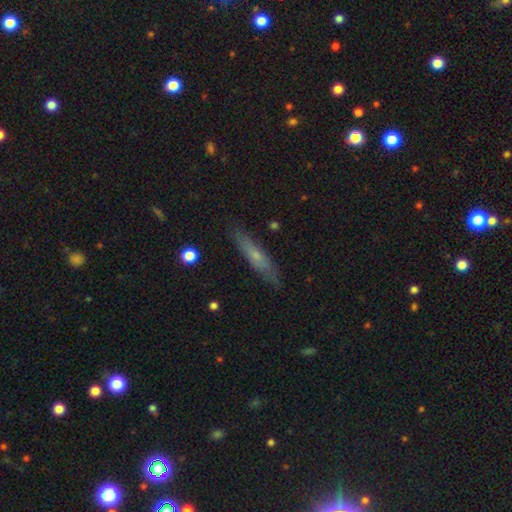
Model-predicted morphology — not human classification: Smooth or featured? smooth (49%)
Merging? none (83%)